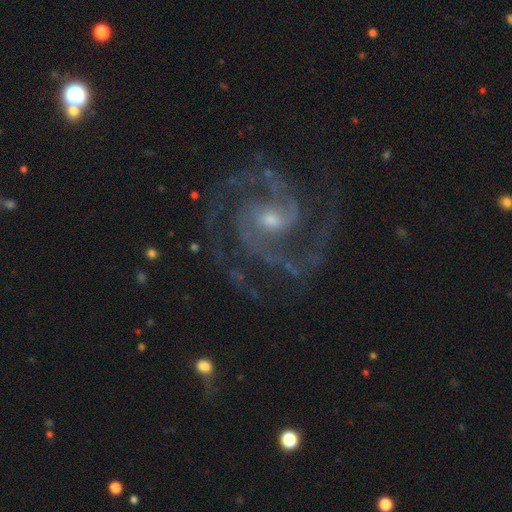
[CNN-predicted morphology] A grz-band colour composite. It shows a featured or disk galaxy (93%) with a weak bar (41%), 2 (72%) medium (51%) spiral arms (99%) and a small central bulge (61%). Merging: none (80%).